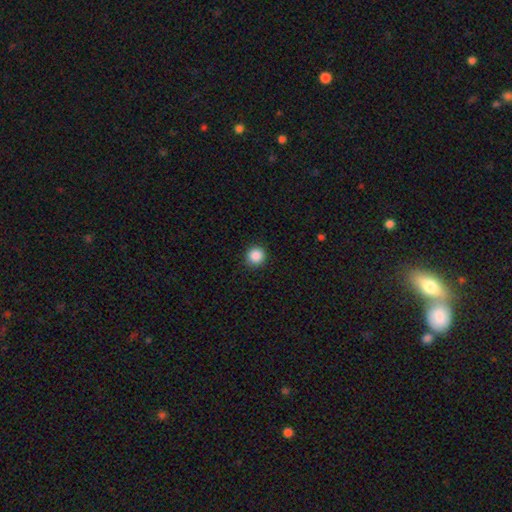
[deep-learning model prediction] This appears to be a smooth galaxy with no disk features (88%) that is round (94%). Merging: none (91%).